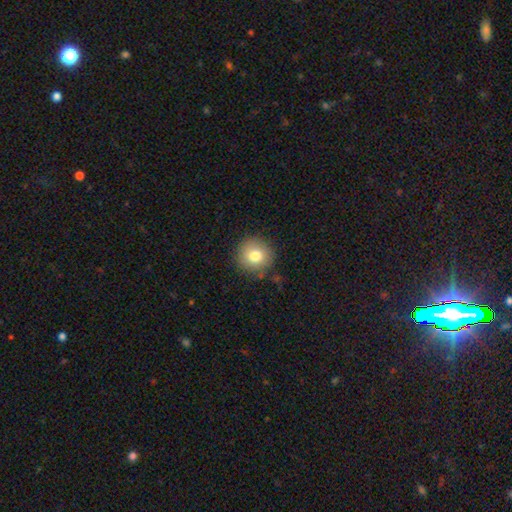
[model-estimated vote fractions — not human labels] Smooth or featured: smooth — 80% (featured or disk — 10%)
How rounded: round — 93% (in between — 6%)
Merging: none — 86% (minor disturbance — 9%)